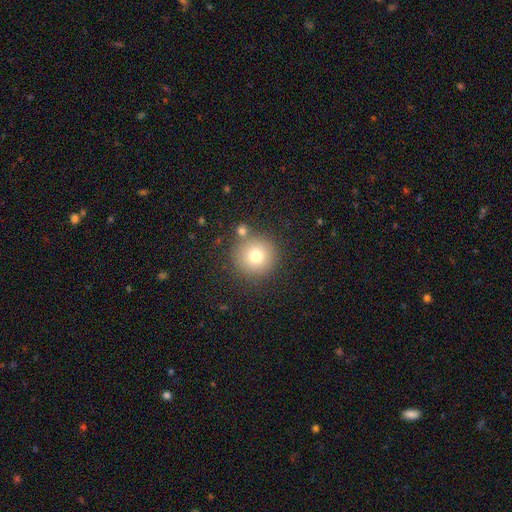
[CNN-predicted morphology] smooth 76%, star or artifact 13%, featured or disk 12%. Down the decision tree: how rounded — round (95%); merging — none (81%).